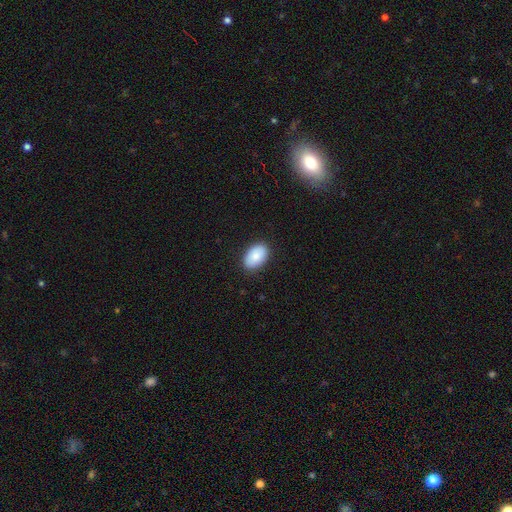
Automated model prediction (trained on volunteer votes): smooth_or_featured: smooth (p=0.86) [alt: featured or disk p=0.08]
how_rounded: in between (p=0.92) [alt: round p=0.07]
merging: none (p=0.88) [alt: minor disturbance p=0.09]